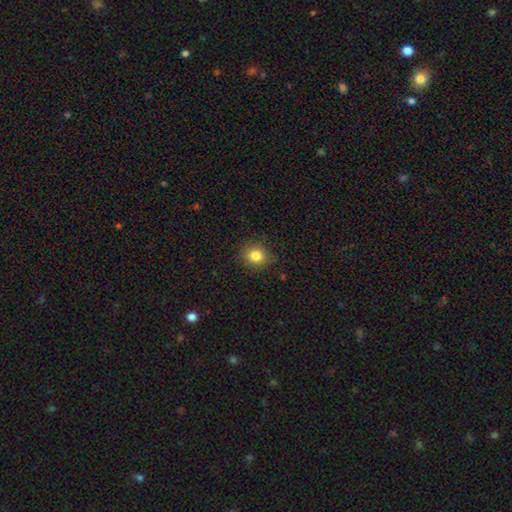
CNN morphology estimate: smooth 82%, star or artifact 12%, featured or disk 6%. Down the decision tree: how rounded — round (82%); merging — none (87%).